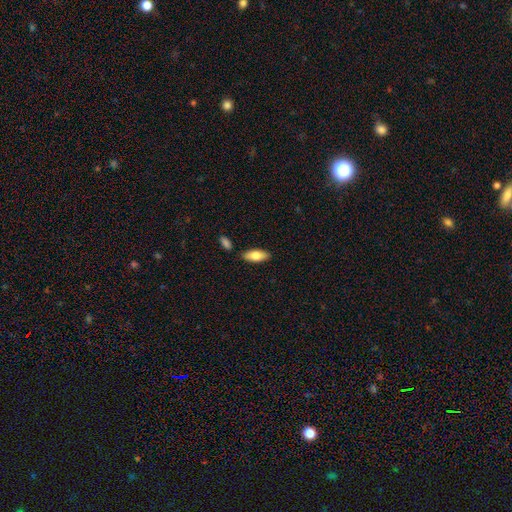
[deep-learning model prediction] smooth_or_featured: smooth (p=0.77) [alt: featured or disk p=0.17]
how_rounded: in between (p=0.81) [alt: cigar-shaped p=0.17]
merging: none (p=0.84) [alt: minor disturbance p=0.10]